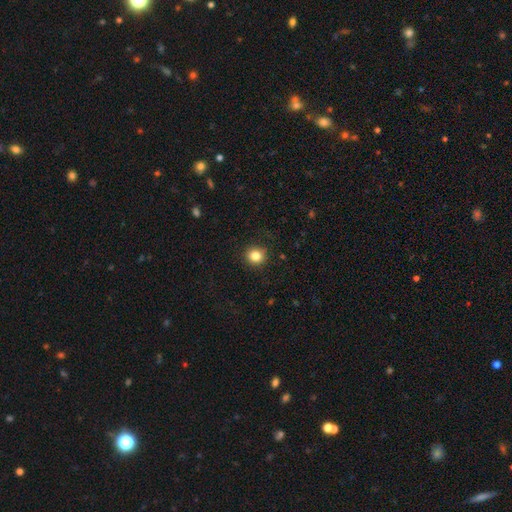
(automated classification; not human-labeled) Smooth or featured?
  - smooth: 83% *
  - star or artifact: 11%
  - featured or disk: 5%
How rounded?
  - round: 90% *
  - in between: 9%
  - cigar-shaped: 1%
Merging?
  - none: 90% *
  - minor disturbance: 7%
  - major disturbance: 2%
  - merger: 1%